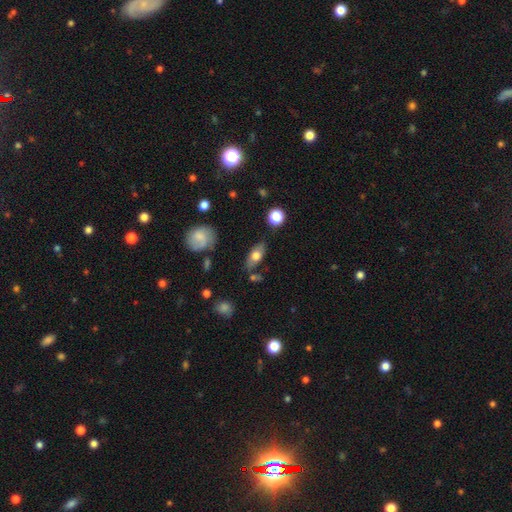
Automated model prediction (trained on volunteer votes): Morphology: type=smooth (66%); roundness=in between (84%); merging=none (72%).